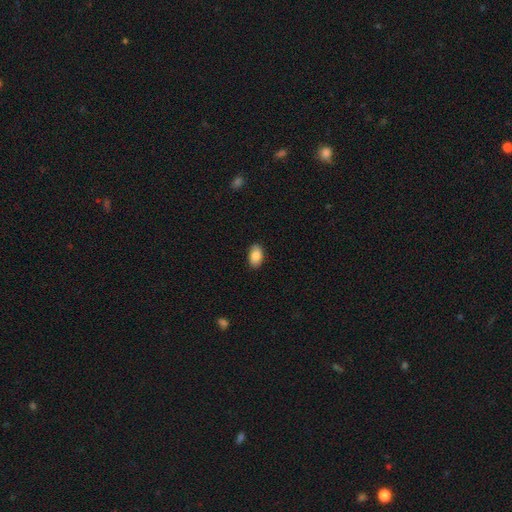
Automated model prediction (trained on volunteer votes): Smooth or featured? Predicted: smooth (p=0.87). How rounded? Predicted: in between (p=0.92). Merging? Predicted: none (p=0.87).